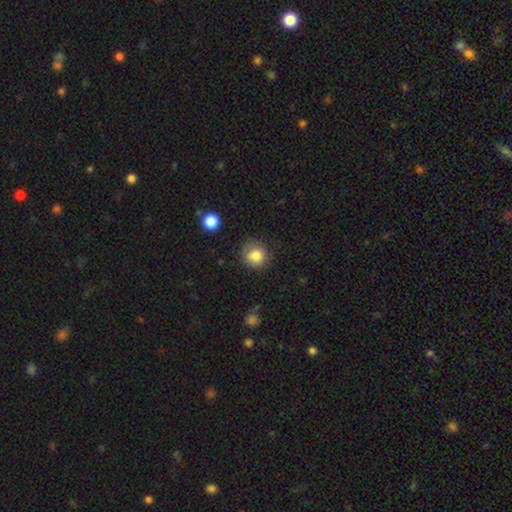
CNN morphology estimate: Smooth or featured: smooth — 84% (star or artifact — 10%)
How rounded: round — 88% (in between — 11%)
Merging: none — 79% (minor disturbance — 14%)